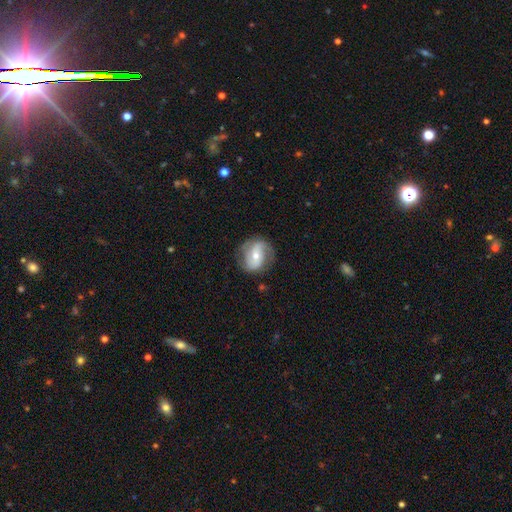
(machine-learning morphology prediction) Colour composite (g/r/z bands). It shows a featured or disk galaxy (74%) with no bar (42%), 2 (79%) medium (42%) spiral arms (90%) and a moderate central bulge (52%). Merging: none (76%).